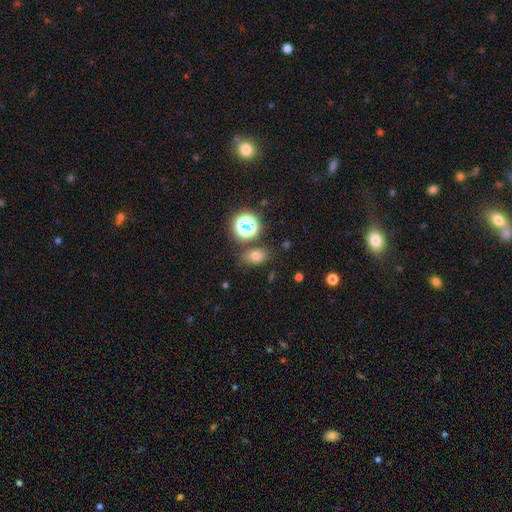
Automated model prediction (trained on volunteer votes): Smooth or featured?
  - smooth: 71% *
  - star or artifact: 20%
  - featured or disk: 9%
How rounded?
  - in between: 70% *
  - round: 28%
  - cigar-shaped: 2%
Merging?
  - none: 76% *
  - minor disturbance: 13%
  - merger: 7%
  - major disturbance: 4%